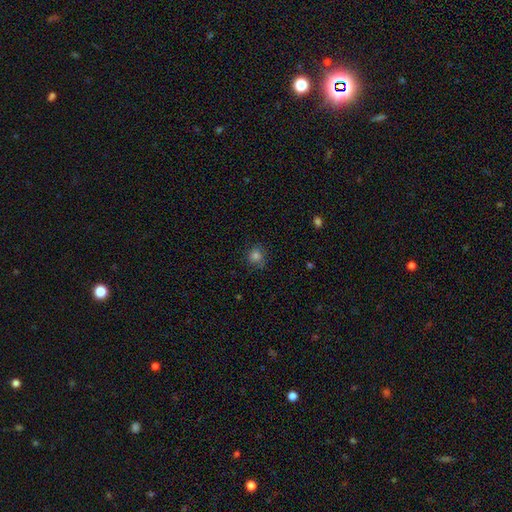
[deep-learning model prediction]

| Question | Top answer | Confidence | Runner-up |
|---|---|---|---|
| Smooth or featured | smooth | 79% | star or artifact (15%) |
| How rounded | round | 87% | in between (12%) |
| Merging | none | 79% | minor disturbance (16%) |